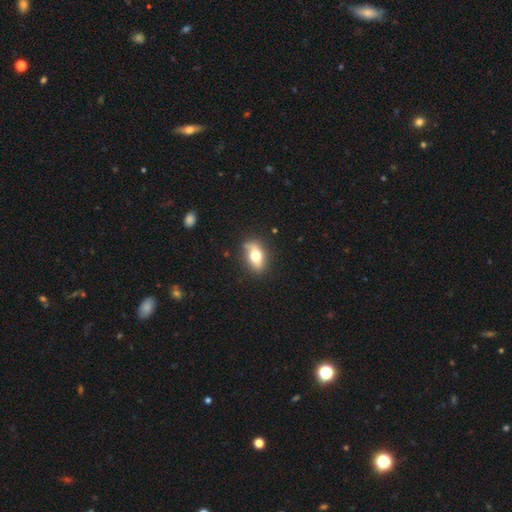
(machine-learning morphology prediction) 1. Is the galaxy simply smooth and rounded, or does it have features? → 64% smooth, 28% featured or disk, 8% star or artifact.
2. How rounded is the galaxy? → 79% in between, 14% round, 7% cigar-shaped.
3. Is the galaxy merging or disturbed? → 76% none, 17% minor disturbance, 4% major disturbance, 2% merger.